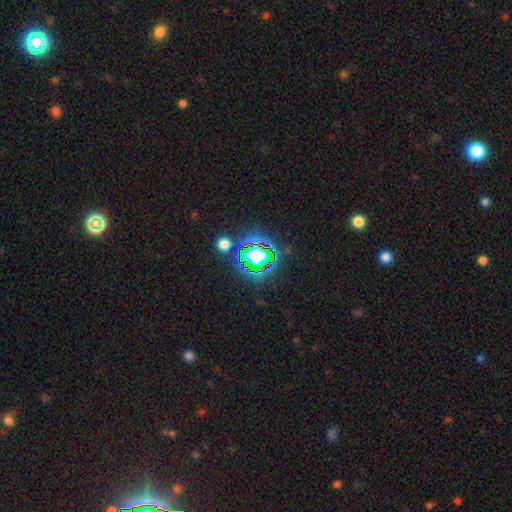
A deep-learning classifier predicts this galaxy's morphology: smooth_or_featured: star or artifact (p=0.70) [alt: smooth p=0.17]